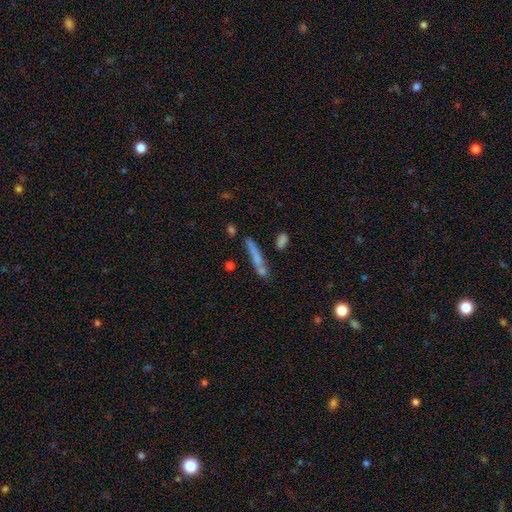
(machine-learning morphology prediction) smooth_or_featured: smooth (p=0.65) [alt: featured or disk p=0.26]
how_rounded: cigar-shaped (p=0.90) [alt: in between p=0.08]
merging: none (p=0.64) [alt: minor disturbance p=0.16]